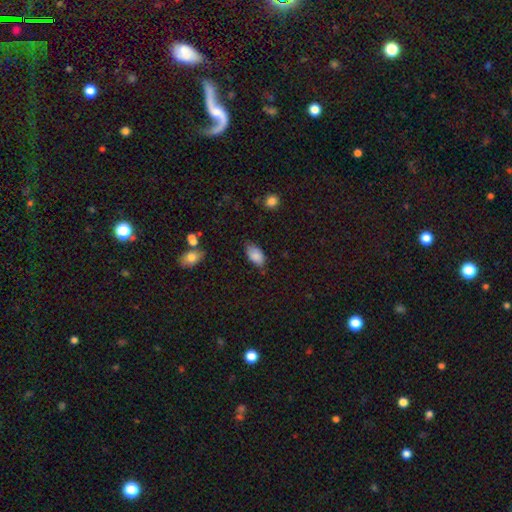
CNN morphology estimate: A smooth galaxy with no disk features (85%) that is in between round and cigar-shaped (93%). Merging: none (70%).